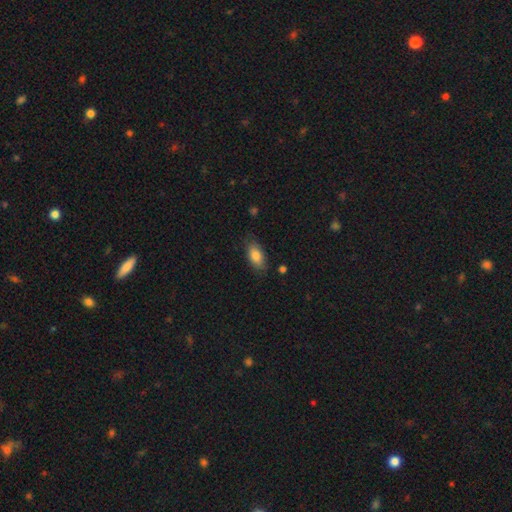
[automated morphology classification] The model was most divided on "merging": none: 79%, minor disturbance: 16%, major disturbance: 3%, merger: 2%. More confident: how rounded — in between (89%); smooth or featured — smooth (83%).